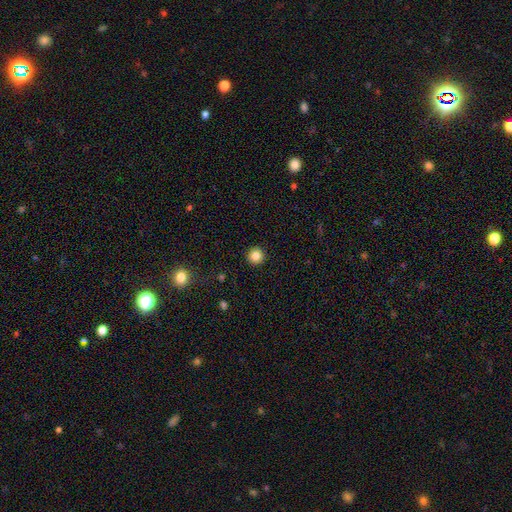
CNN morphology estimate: A smooth galaxy with no disk features (84%) that is round (96%).

Vote fractions:
- Smooth or featured? smooth: 84% / star or artifact: 11% / featured or disk: 5%
- How rounded? round: 96% / in between: 3% / cigar-shaped: 1%
- Merging? none: 93% / minor disturbance: 4% / major disturbance: 2% / merger: 1%